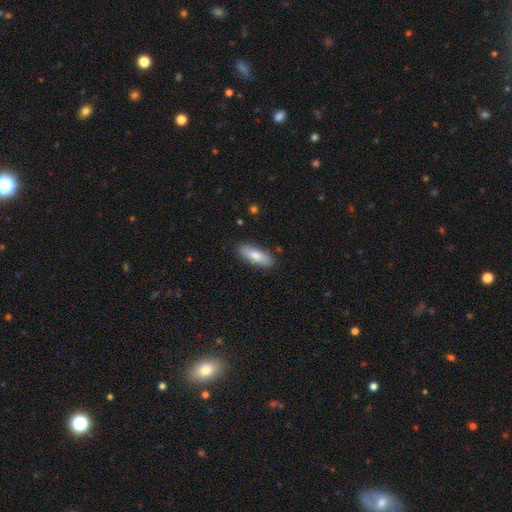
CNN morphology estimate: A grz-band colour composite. It shows a smooth galaxy with no disk features (80%) that is in between round and cigar-shaped (64%). Merging: none (85%).